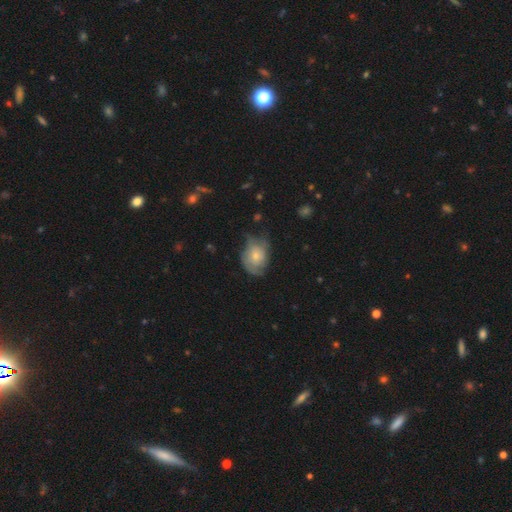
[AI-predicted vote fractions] A smooth galaxy with no disk features (49%). Merging: none (45%).